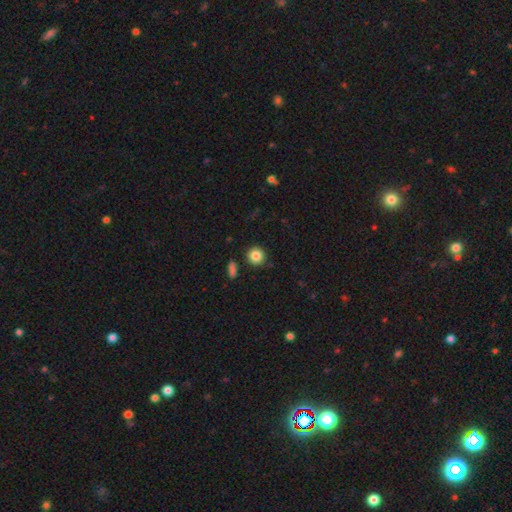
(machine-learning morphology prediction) type=smooth (86%); roundness=round (91%); merging=none (87%).